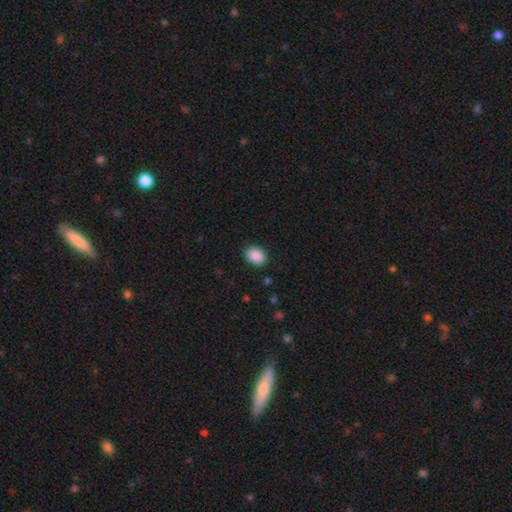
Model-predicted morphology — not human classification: Smooth or featured? smooth (89%)
How rounded? in between (65%)
Merging? none (88%)